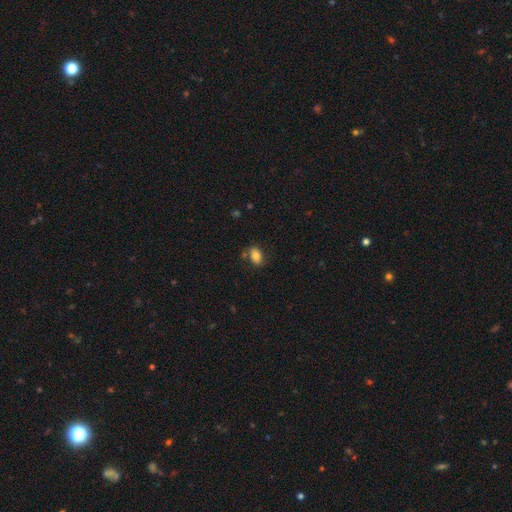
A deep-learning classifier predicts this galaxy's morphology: Smooth or featured? Predicted: smooth (p=0.79). How rounded? Predicted: in between (p=0.86). Merging? Predicted: none (p=0.72).